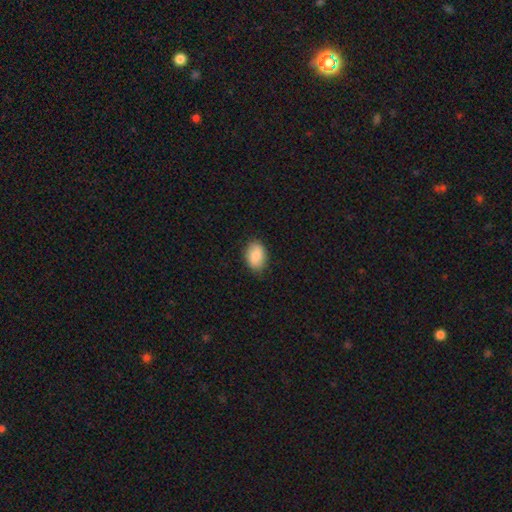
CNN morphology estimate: A smooth galaxy with no disk features (85%) that is in between round and cigar-shaped (84%). Merging: none (83%).